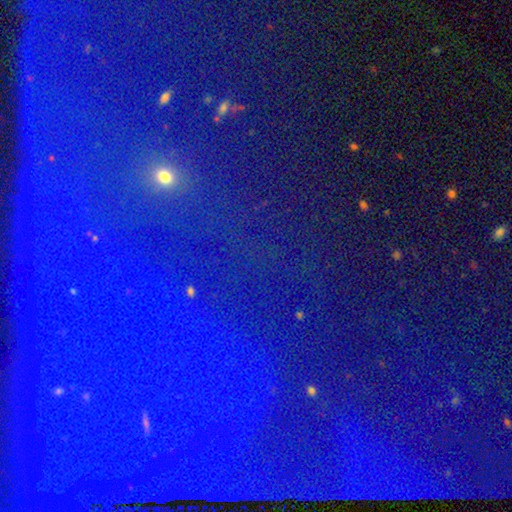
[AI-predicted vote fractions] Overall: star or artifact (78%).